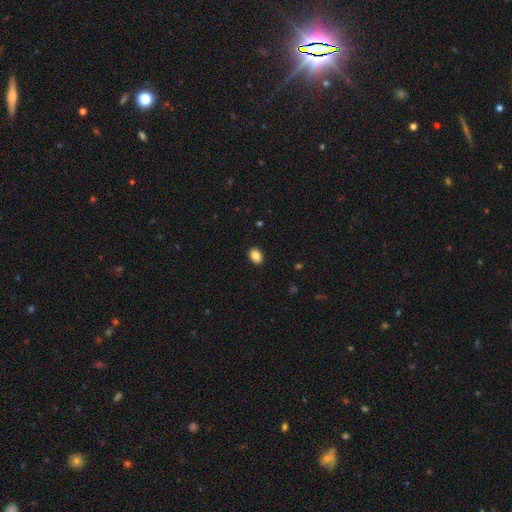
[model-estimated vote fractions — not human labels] Morphology: type=smooth (86%); roundness=in between (73%); merging=none (90%).